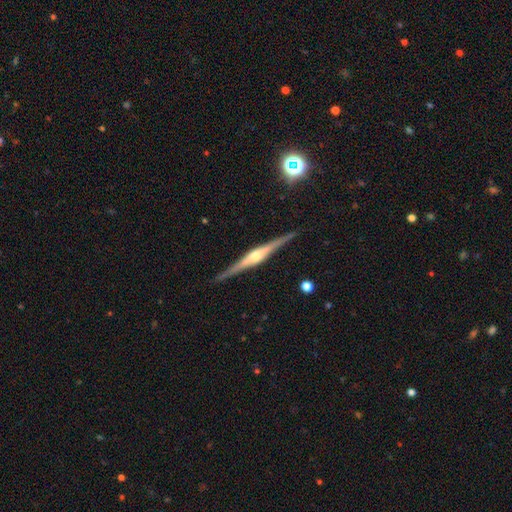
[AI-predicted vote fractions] Smooth or featured: featured or disk — 85% (smooth — 9%)
Edge-on disk: yes — 98% (no — 2%)
Edge-on bulge: rounded — 86% (boxy — 11%)
Merging: none — 90% (minor disturbance — 7%)